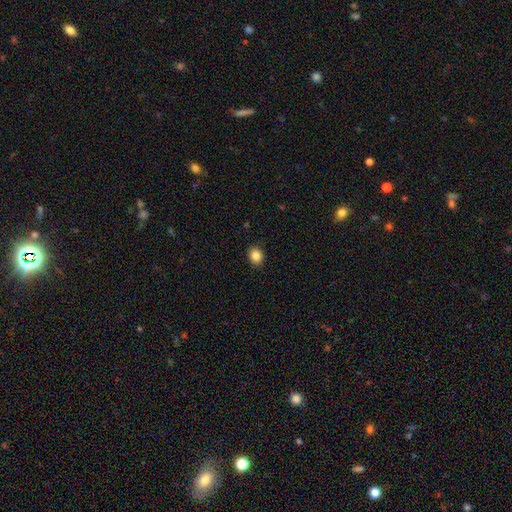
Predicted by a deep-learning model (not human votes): Smooth or featured?
  - smooth: 85% *
  - star or artifact: 9%
  - featured or disk: 5%
How rounded?
  - in between: 50% *
  - round: 49%
  - cigar-shaped: 1%
Merging?
  - none: 91% *
  - minor disturbance: 7%
  - major disturbance: 2%
  - merger: 1%